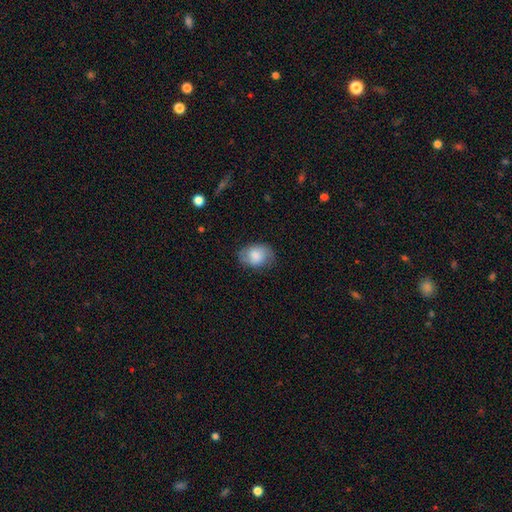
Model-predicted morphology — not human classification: This appears to be a smooth galaxy with no disk features (78%) that is in between round and cigar-shaped (70%). Merging: none (71%).